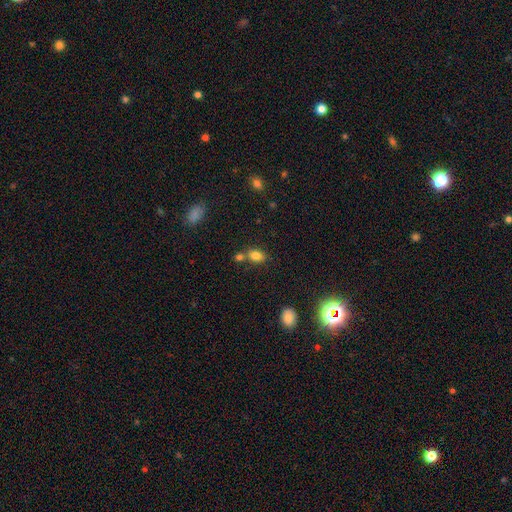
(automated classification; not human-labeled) Smooth or featured?
  - smooth: 80% *
  - star or artifact: 12%
  - featured or disk: 8%
How rounded?
  - in between: 70% *
  - round: 29%
  - cigar-shaped: 2%
Merging?
  - none: 58% *
  - merger: 25%
  - minor disturbance: 13%
  - major disturbance: 4%